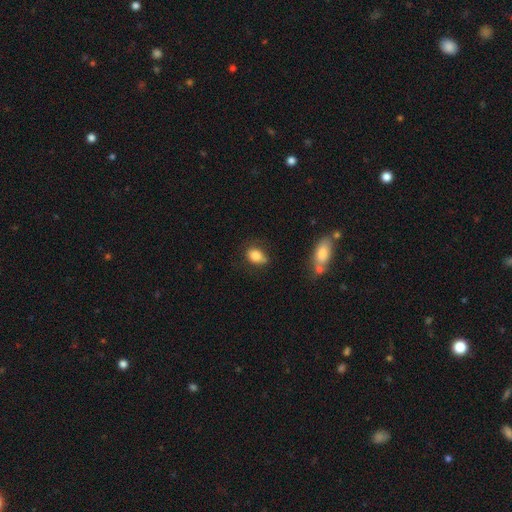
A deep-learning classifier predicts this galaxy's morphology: The model was most divided on "merging": none: 56%, minor disturbance: 31%, major disturbance: 8%, merger: 5%. More confident: smooth or featured — smooth (82%); how rounded — in between (76%).